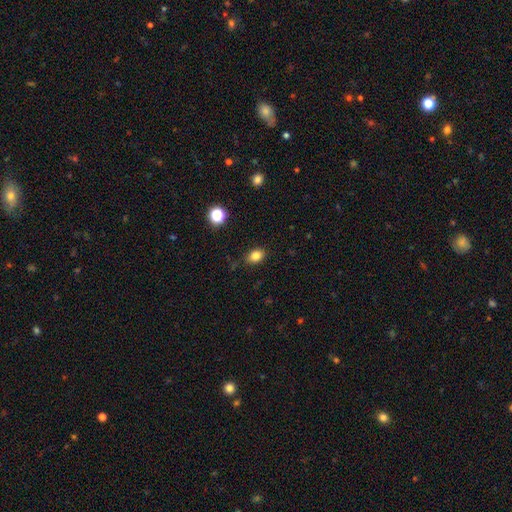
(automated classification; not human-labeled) Q: Smooth or featured?
A: smooth (82%); runner-up: star or artifact (12%)
Q: How rounded?
A: in between (70%); runner-up: round (28%)
Q: Merging?
A: none (81%); runner-up: minor disturbance (14%)